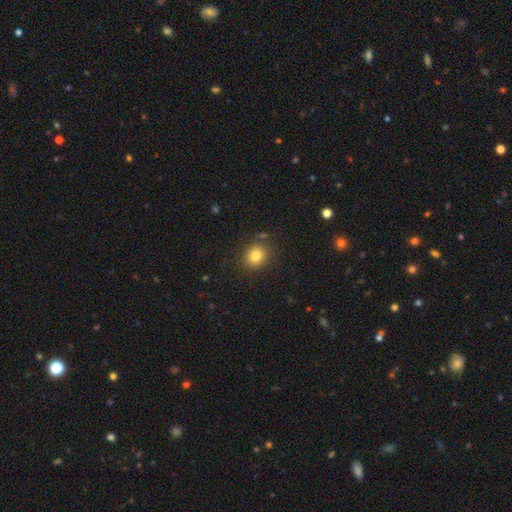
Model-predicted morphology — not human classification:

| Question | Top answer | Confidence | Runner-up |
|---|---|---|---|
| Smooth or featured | smooth | 82% | star or artifact (11%) |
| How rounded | round | 78% | in between (21%) |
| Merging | none | 83% | minor disturbance (11%) |